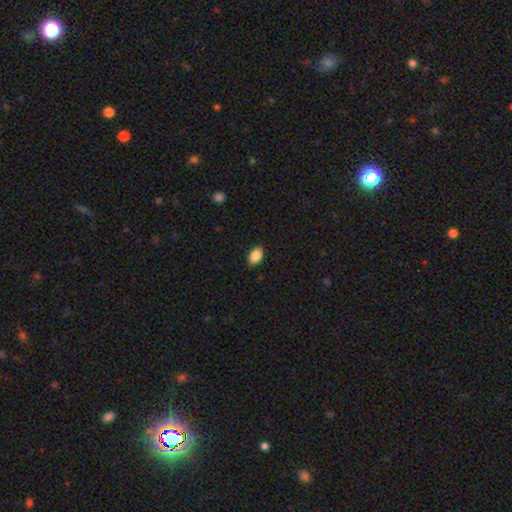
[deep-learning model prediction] Morphology: type=smooth (88%); roundness=in between (90%); merging=none (89%).